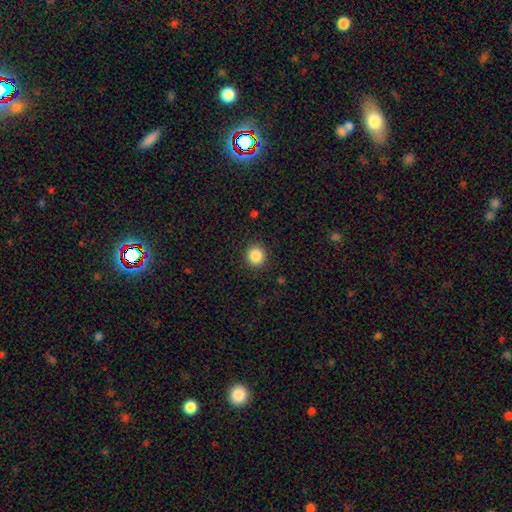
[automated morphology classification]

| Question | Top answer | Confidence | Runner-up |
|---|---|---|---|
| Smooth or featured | smooth | 87% | star or artifact (10%) |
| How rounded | round | 92% | in between (7%) |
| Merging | none | 91% | minor disturbance (6%) |